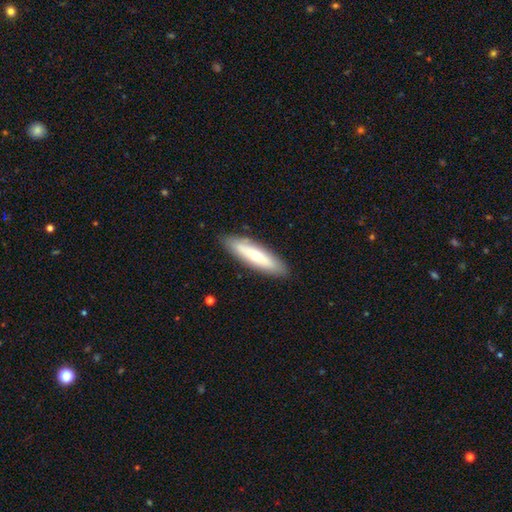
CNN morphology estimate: Smooth or featured: smooth — 56% (featured or disk — 39%)
How rounded: cigar-shaped — 71% (in between — 27%)
Merging: none — 87% (minor disturbance — 10%)